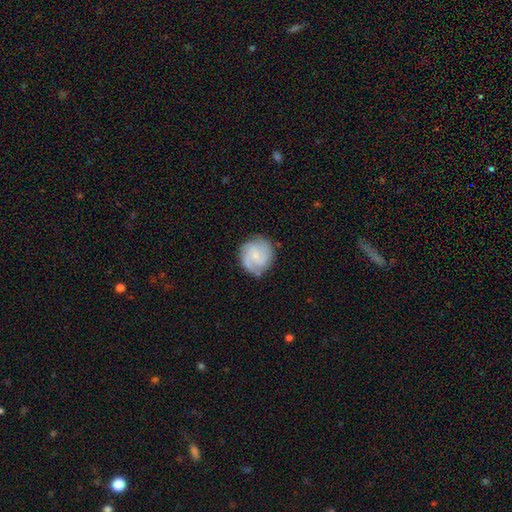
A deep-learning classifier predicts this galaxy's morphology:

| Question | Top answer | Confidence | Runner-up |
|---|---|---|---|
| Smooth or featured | featured or disk | 68% | smooth (26%) |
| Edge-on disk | no | 98% | yes (2%) |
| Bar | no | 56% | weak (38%) |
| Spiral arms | yes | 94% | no (6%) |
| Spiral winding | tight | 45% | medium (42%) |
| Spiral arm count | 2 | 45% | 3 (24%) |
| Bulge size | small | 63% | moderate (25%) |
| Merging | none | 77% | minor disturbance (16%) |